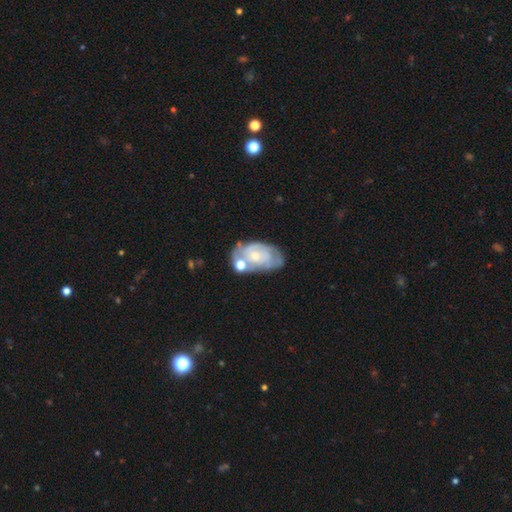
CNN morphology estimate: featured or disk 65%, smooth 29%, star or artifact 6%. Down the decision tree: edge-on disk — no (96%); bar — no (79%); spiral arms — yes (67%); bulge size — small (54%); merging — none (45%).